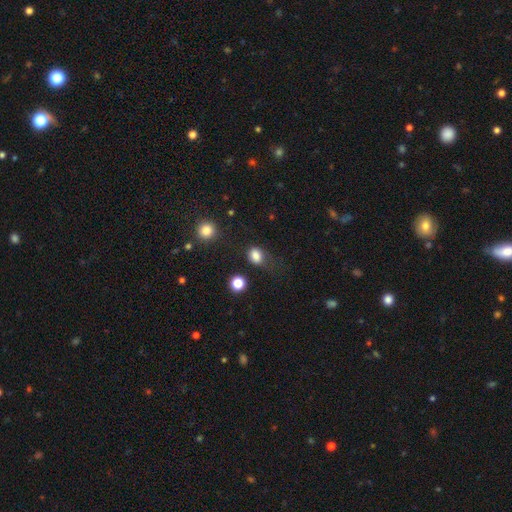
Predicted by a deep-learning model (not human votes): Q: Smooth or featured?
A: smooth (83%); runner-up: star or artifact (12%)
Q: How rounded?
A: in between (58%); runner-up: round (41%)
Q: Merging?
A: none (61%); runner-up: minor disturbance (24%)